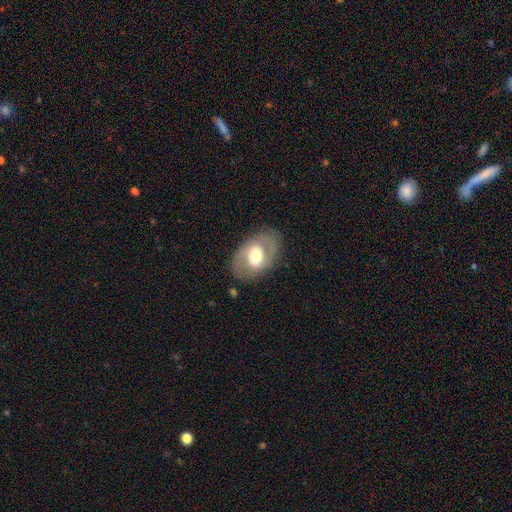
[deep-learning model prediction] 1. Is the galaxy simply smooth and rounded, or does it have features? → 51% featured or disk, 43% smooth, 6% star or artifact.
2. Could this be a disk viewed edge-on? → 92% no, 8% yes.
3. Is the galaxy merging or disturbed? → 79% none, 13% minor disturbance, 6% major disturbance, 1% merger.